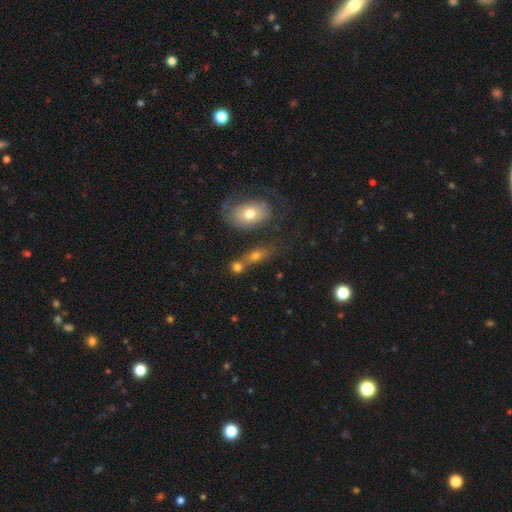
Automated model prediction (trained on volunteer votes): smooth 63%, featured or disk 23%, star or artifact 14%. Down the decision tree: how rounded — in between (60%); merging — none (45%).